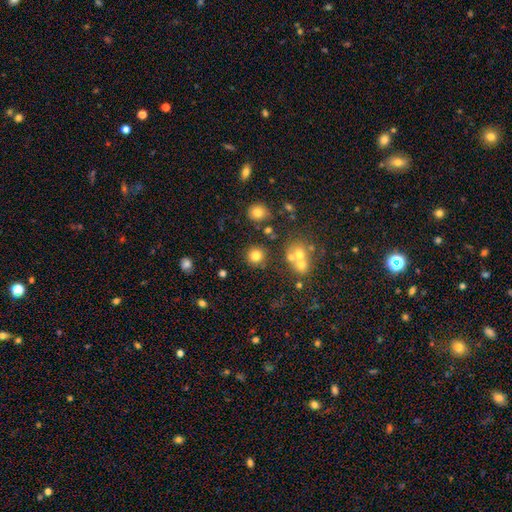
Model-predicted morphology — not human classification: Smooth or featured?
  - smooth: 76% *
  - star or artifact: 15%
  - featured or disk: 9%
How rounded?
  - round: 93% *
  - in between: 6%
  - cigar-shaped: 1%
Merging?
  - none: 81% *
  - merger: 8%
  - minor disturbance: 8%
  - major disturbance: 3%